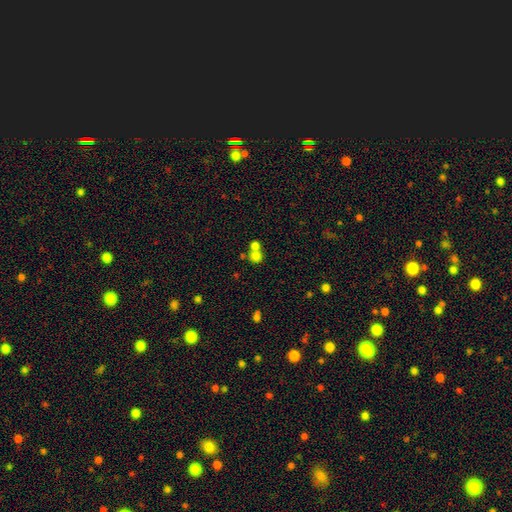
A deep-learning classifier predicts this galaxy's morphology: The model was most divided on "merging": merger: 49%, none: 40%, minor disturbance: 7%, major disturbance: 4%. More confident: how rounded — round (82%); smooth or featured — smooth (75%).